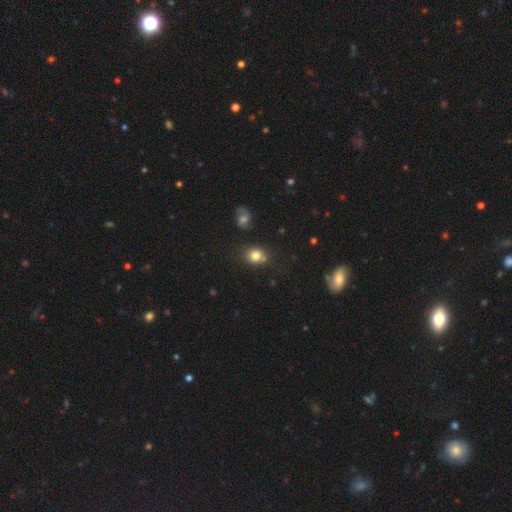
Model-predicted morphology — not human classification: Smooth or featured? Predicted: smooth (p=0.78). How rounded? Predicted: round (p=0.68). Merging? Predicted: none (p=0.64).